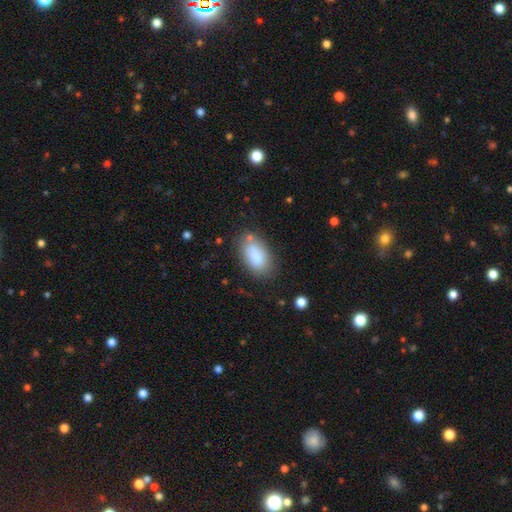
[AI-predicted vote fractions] Smooth or featured? Predicted: smooth (p=0.83). How rounded? Predicted: in between (p=0.92). Merging? Predicted: none (p=0.68).